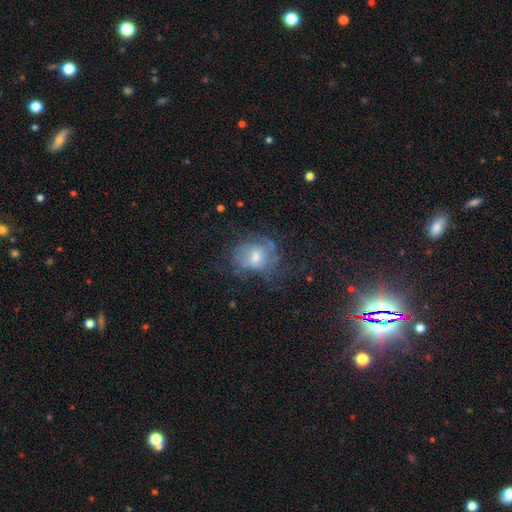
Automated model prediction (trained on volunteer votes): featured or disk 50%, smooth 32%, star or artifact 18%. Down the decision tree: merging — none (56%).